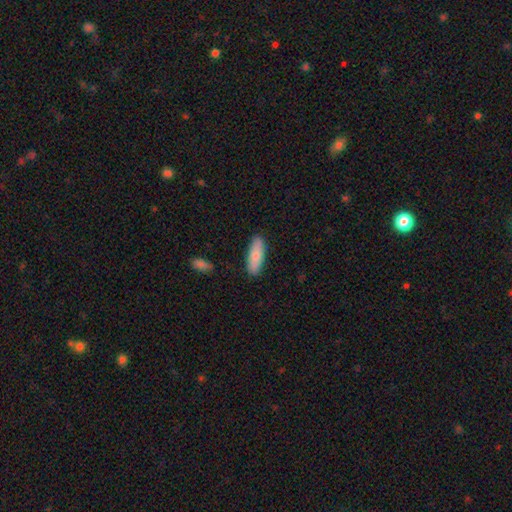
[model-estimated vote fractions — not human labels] Smooth or featured? Predicted: smooth (p=0.78). How rounded? Predicted: in between (p=0.56). Merging? Predicted: none (p=0.87).